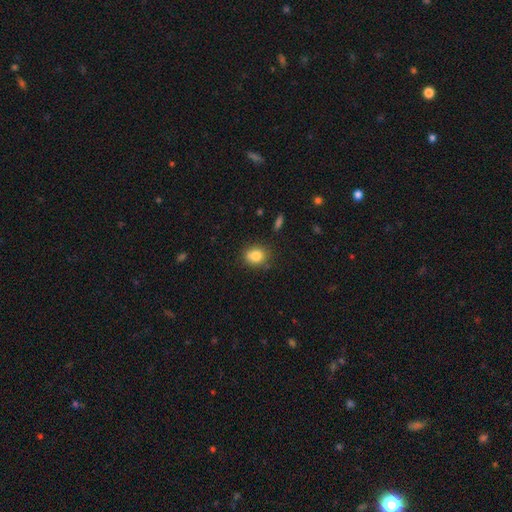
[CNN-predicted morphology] Q: Smooth or featured?
A: smooth (82%); runner-up: star or artifact (10%)
Q: How rounded?
A: round (65%); runner-up: in between (34%)
Q: Merging?
A: none (76%); runner-up: minor disturbance (17%)